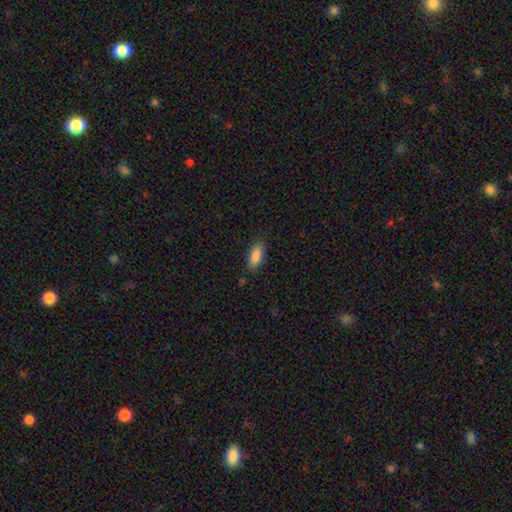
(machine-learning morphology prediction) Smooth or featured?
  - smooth: 88% *
  - star or artifact: 7%
  - featured or disk: 5%
How rounded?
  - in between: 86% *
  - cigar-shaped: 12%
  - round: 2%
Merging?
  - none: 84% *
  - minor disturbance: 12%
  - major disturbance: 3%
  - merger: 1%